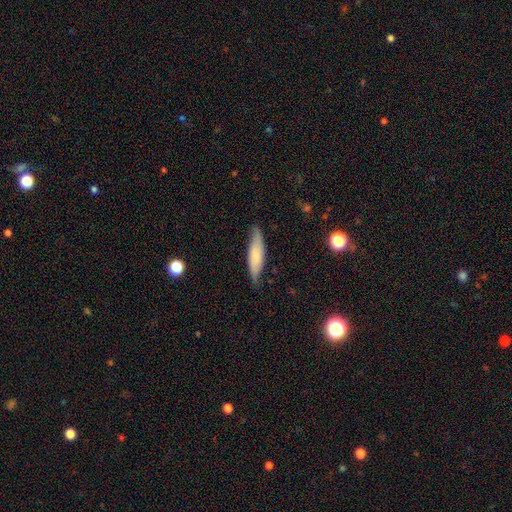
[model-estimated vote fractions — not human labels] smooth 65%, featured or disk 29%, star or artifact 6%. Down the decision tree: how rounded — cigar-shaped (67%); merging — none (77%).